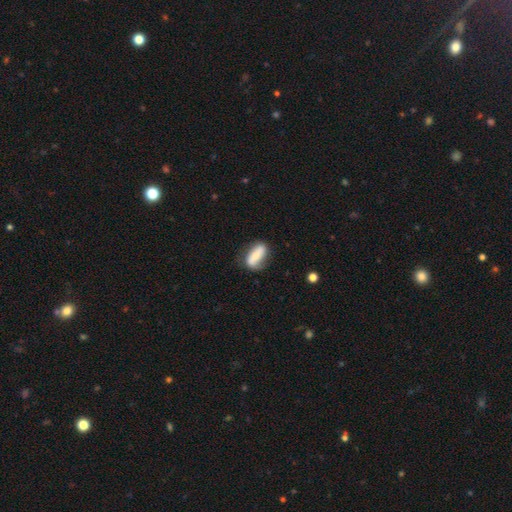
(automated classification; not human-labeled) A smooth galaxy with no disk features (55%) that is in between round and cigar-shaped (79%). Merging: none (64%).